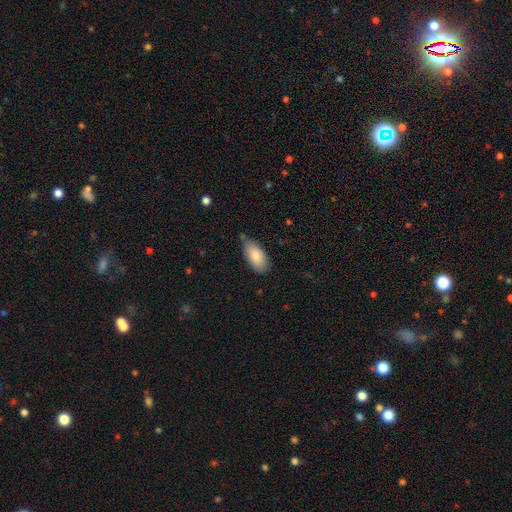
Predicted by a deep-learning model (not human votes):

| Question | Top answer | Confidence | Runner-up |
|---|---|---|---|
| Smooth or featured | smooth | 84% | featured or disk (10%) |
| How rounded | in between | 92% | cigar-shaped (6%) |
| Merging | none | 71% | minor disturbance (22%) |